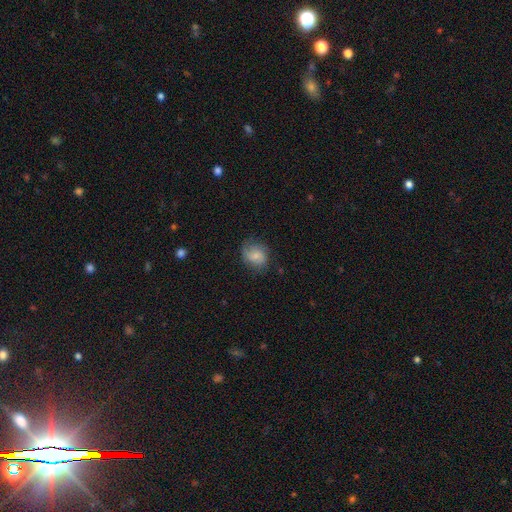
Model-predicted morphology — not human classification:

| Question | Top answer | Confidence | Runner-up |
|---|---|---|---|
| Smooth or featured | smooth | 60% | featured or disk (32%) |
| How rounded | round | 66% | in between (33%) |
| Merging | none | 64% | minor disturbance (25%) |